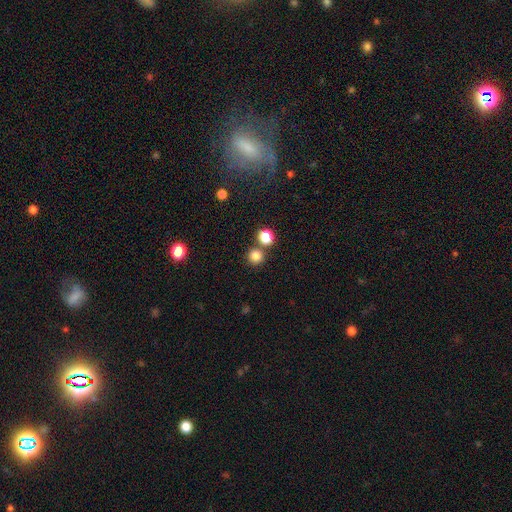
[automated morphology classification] type=smooth (81%); roundness=round (93%); merging=none (76%).